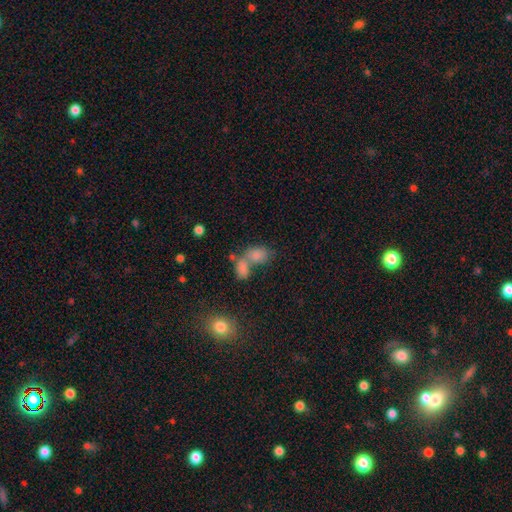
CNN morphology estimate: A smooth galaxy with no disk features (79%) that is in between round and cigar-shaped (81%).

Vote fractions:
- Smooth or featured? smooth: 79% / star or artifact: 12% / featured or disk: 9%
- How rounded? in between: 81% / round: 17% / cigar-shaped: 2%
- Merging? merger: 57% / none: 29% / minor disturbance: 9% / major disturbance: 6%